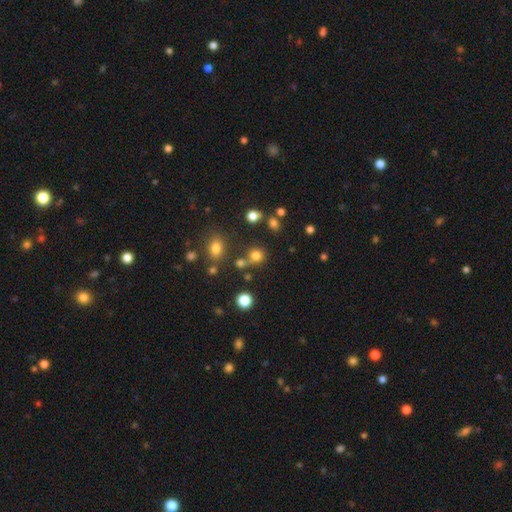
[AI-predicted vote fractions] This appears to be a smooth galaxy with no disk features (75%) that is round (85%). Merging: none (63%).